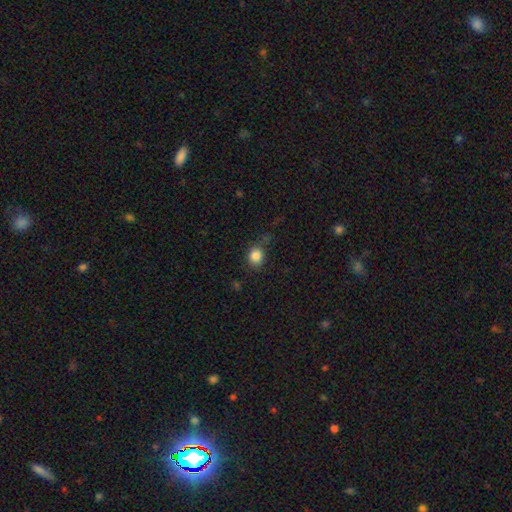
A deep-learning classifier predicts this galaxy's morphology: type=smooth (85%); roundness=round (76%); merging=none (71%).